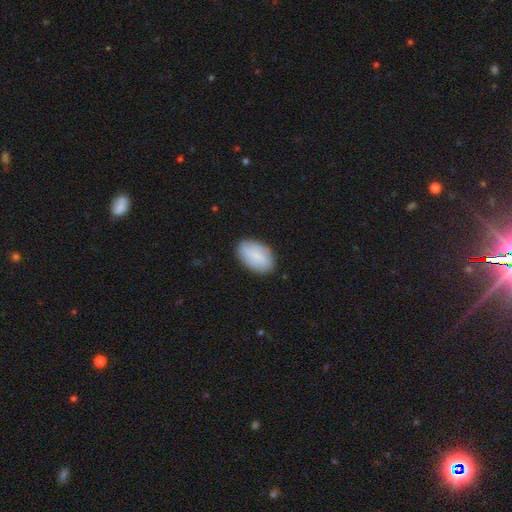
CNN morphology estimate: Smooth or featured?
  - smooth: 76% *
  - featured or disk: 18%
  - star or artifact: 6%
How rounded?
  - in between: 92% *
  - round: 6%
  - cigar-shaped: 2%
Merging?
  - none: 85% *
  - minor disturbance: 11%
  - major disturbance: 2%
  - merger: 1%